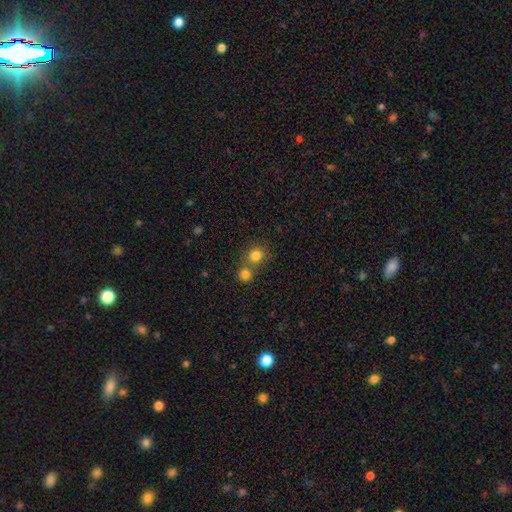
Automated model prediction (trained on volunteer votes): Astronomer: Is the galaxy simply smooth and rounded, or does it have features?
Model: smooth — 81%.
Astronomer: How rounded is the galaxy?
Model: round — 85%.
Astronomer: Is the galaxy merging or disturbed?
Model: none — 56% (runner-up: merger, 34%).